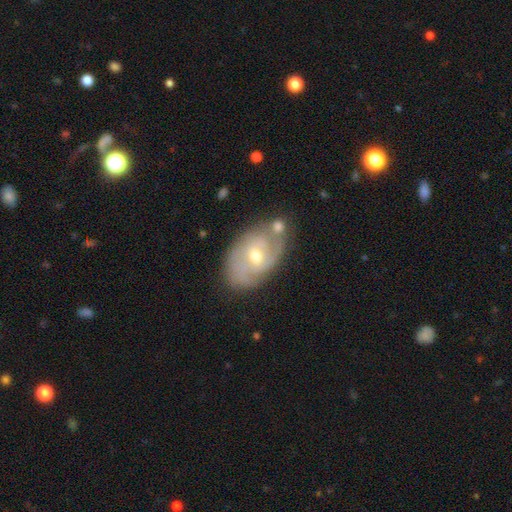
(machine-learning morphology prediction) Q: Smooth or featured?
A: featured or disk (77%); runner-up: smooth (16%)
Q: Edge-on disk?
A: no (96%); runner-up: yes (4%)
Q: Bar?
A: no (46%); runner-up: weak (45%)
Q: Spiral arms?
A: yes (89%); runner-up: no (11%)
Q: Spiral winding?
A: tight (50%); runner-up: medium (38%)
Q: Spiral arm count?
A: 2 (51%); runner-up: can't tell (26%)
Q: Bulge size?
A: moderate (59%); runner-up: small (37%)
Q: Merging?
A: none (61%); runner-up: minor disturbance (20%)